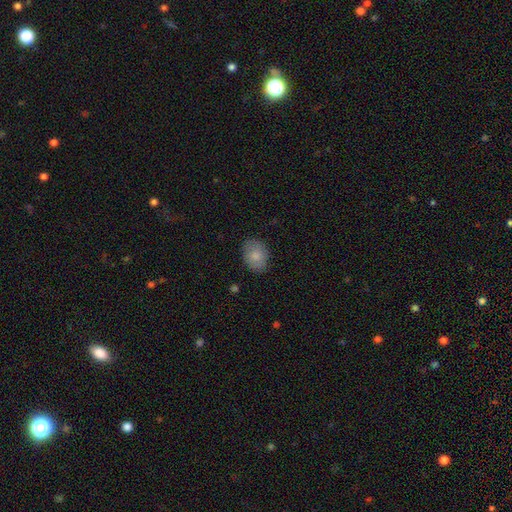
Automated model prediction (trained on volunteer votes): Smooth or featured? smooth (83%)
How rounded? in between (69%)
Merging? none (81%)